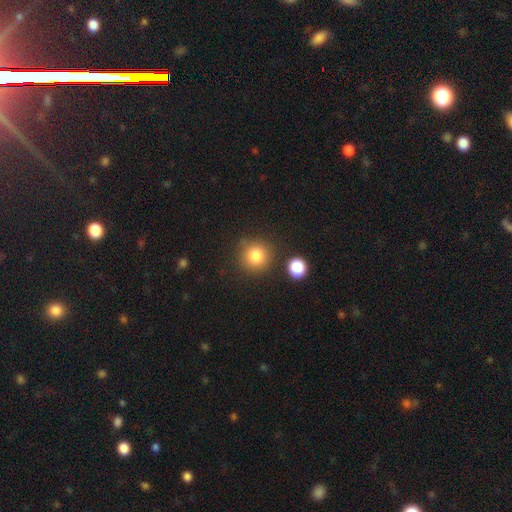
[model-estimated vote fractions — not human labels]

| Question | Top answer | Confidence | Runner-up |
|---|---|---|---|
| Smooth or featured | smooth | 82% | star or artifact (11%) |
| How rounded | round | 91% | in between (8%) |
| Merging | none | 82% | minor disturbance (9%) |